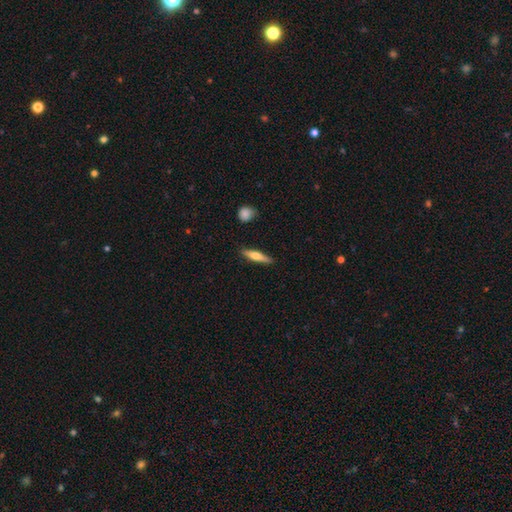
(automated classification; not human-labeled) A smooth galaxy with no disk features (59%) that is cigar-shaped (81%).

Vote fractions:
- Smooth or featured? smooth: 59% / featured or disk: 35% / star or artifact: 6%
- How rounded? cigar-shaped: 81% / in between: 17% / round: 2%
- Merging? none: 87% / minor disturbance: 9% / major disturbance: 2% / merger: 2%